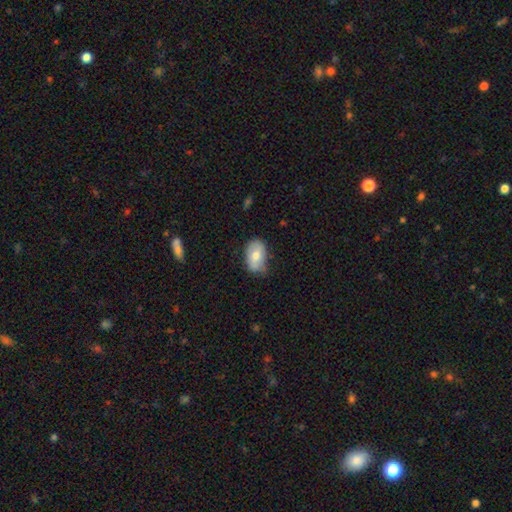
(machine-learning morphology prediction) This appears to be a smooth galaxy with no disk features (69%) that is in between round and cigar-shaped (89%). Merging: none (60%).